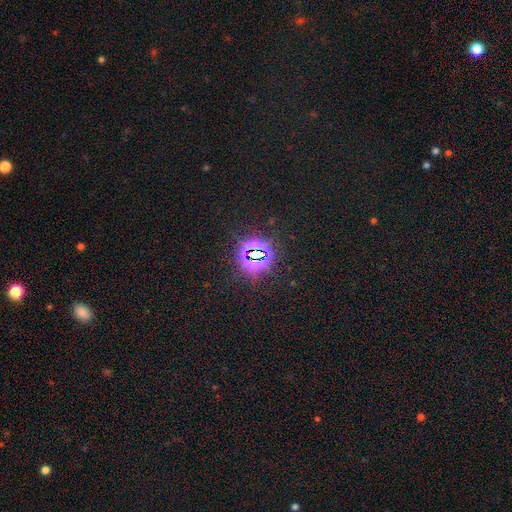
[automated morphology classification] star or artifact 81%, smooth 11%, featured or disk 7%.